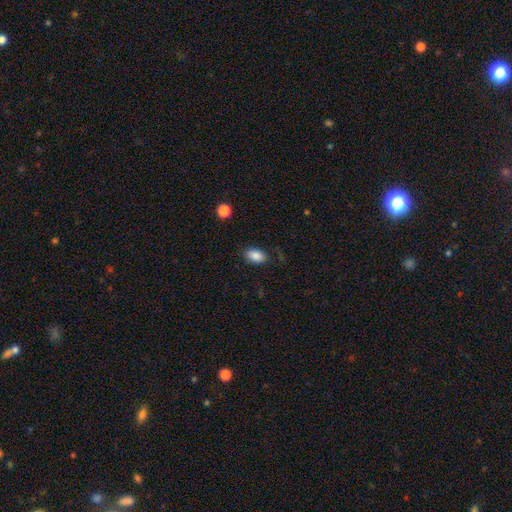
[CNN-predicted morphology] This is clearly a smooth galaxy (87%). How rounded: clearly in between (89%). Merging: clearly none (82%).